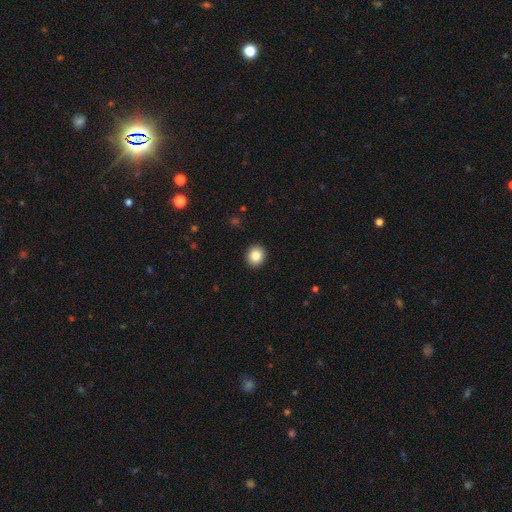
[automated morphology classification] smooth_or_featured: smooth (p=0.85) [alt: star or artifact p=0.09]
how_rounded: round (p=0.83) [alt: in between p=0.16]
merging: none (p=0.92) [alt: minor disturbance p=0.05]